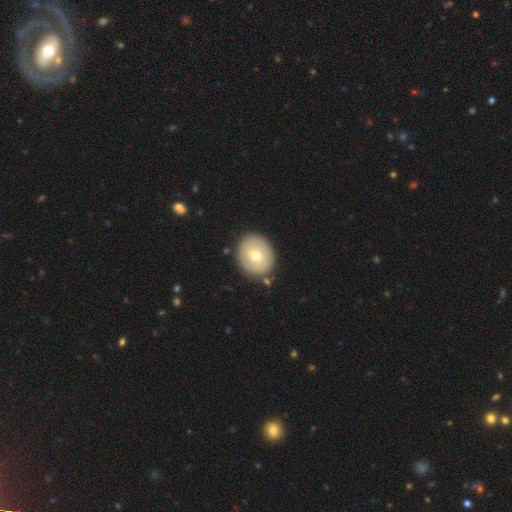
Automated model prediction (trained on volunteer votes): Smooth or featured: smooth — 66% (featured or disk — 26%)
How rounded: round — 65% (in between — 34%)
Merging: none — 84% (minor disturbance — 10%)